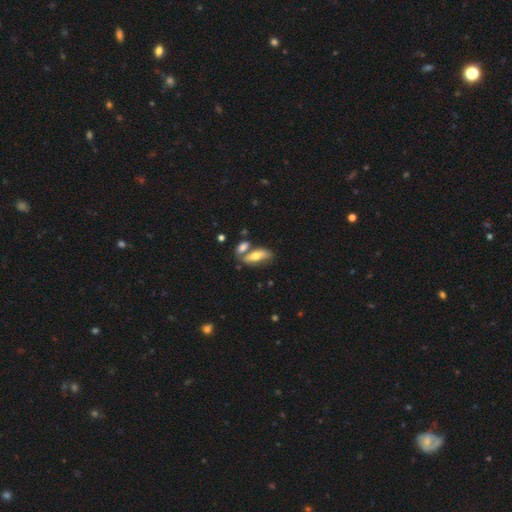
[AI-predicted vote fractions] This is likely a smooth galaxy (61%). How rounded: likely in between (68%). Merging: possibly none (51%).